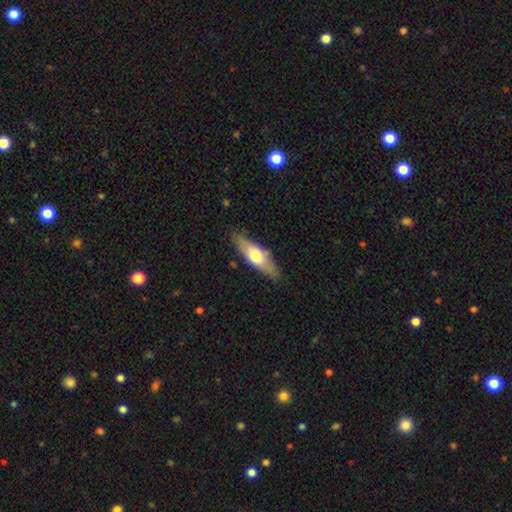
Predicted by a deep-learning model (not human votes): A smooth galaxy with no disk features (53%) that is cigar-shaped (52%).

Vote fractions:
- Smooth or featured? smooth: 53% / featured or disk: 42% / star or artifact: 5%
- How rounded? cigar-shaped: 52% / in between: 46% / round: 2%
- Merging? none: 84% / minor disturbance: 12% / major disturbance: 2% / merger: 1%